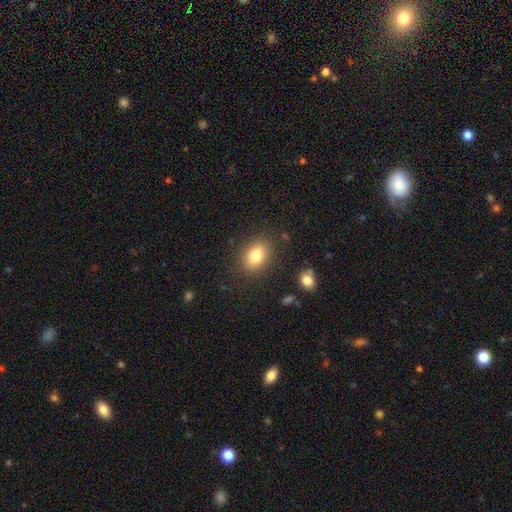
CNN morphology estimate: smooth-or-featured: smooth: 81% | featured or disk: 10% | star or artifact: 9%
  how-rounded: in between: 70% | round: 29% | cigar-shaped: 1%
  merging: none: 84% | minor disturbance: 10% | major disturbance: 4% | merger: 2%